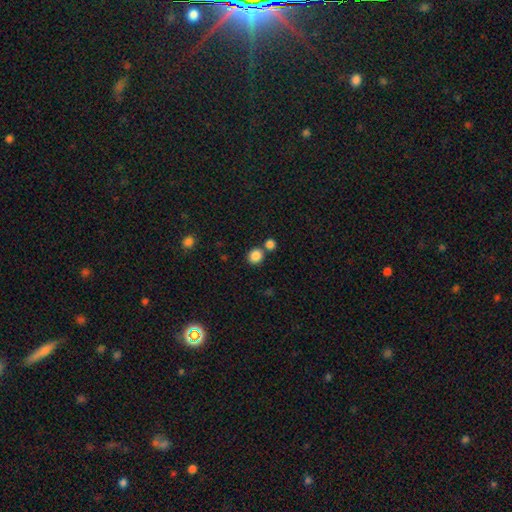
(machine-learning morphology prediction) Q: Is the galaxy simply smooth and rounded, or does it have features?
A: smooth — 86%.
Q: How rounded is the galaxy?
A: round — 84%.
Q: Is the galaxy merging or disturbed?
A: none — 67%.